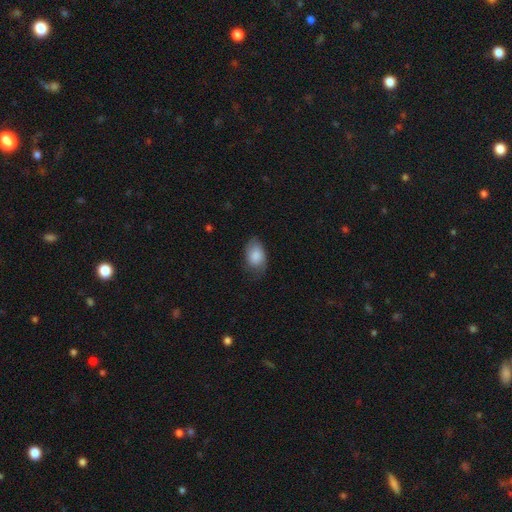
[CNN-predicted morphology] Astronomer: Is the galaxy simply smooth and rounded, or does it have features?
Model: smooth — 82%.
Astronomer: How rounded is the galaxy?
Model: in between — 88%.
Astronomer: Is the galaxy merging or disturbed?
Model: none — 62%.